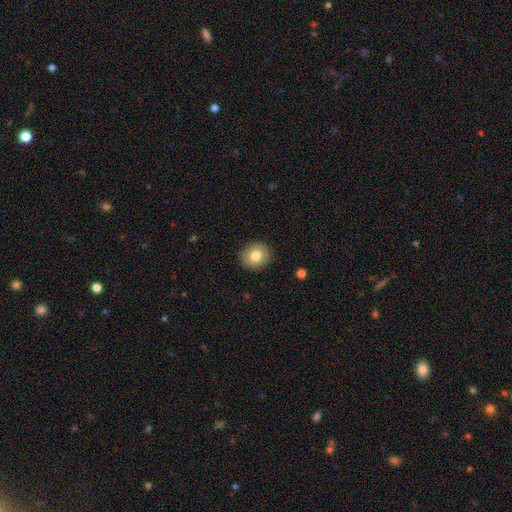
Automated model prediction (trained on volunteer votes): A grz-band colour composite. It shows a smooth galaxy with no disk features (79%) that is round (79%). Merging: none (89%).